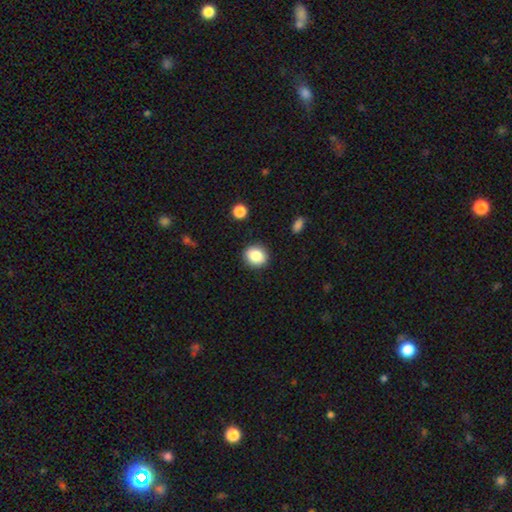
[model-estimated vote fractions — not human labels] Smooth or featured: smooth — 85% (star or artifact — 9%)
How rounded: round — 75% (in between — 24%)
Merging: none — 89% (minor disturbance — 7%)